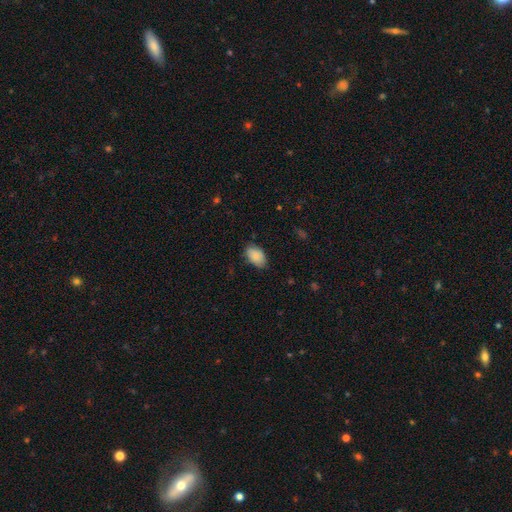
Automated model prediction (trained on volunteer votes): Morphology: type=smooth (85%); roundness=in between (92%); merging=none (75%).